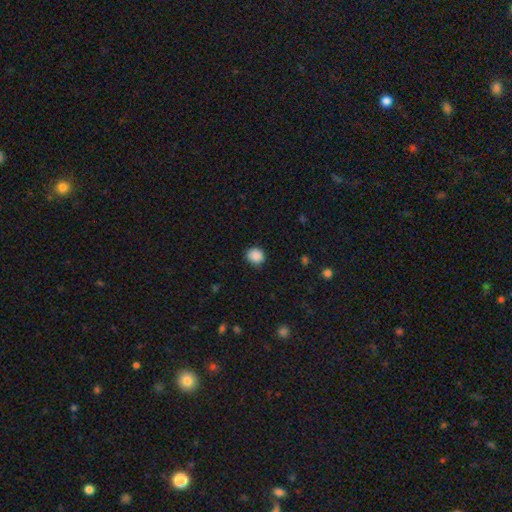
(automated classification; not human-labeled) A smooth galaxy with no disk features (88%) that is round (78%).

Vote fractions:
- Smooth or featured? smooth: 88% / star or artifact: 9% / featured or disk: 3%
- How rounded? round: 78% / in between: 22% / cigar-shaped: 1%
- Merging? none: 87% / minor disturbance: 9% / major disturbance: 3% / merger: 1%